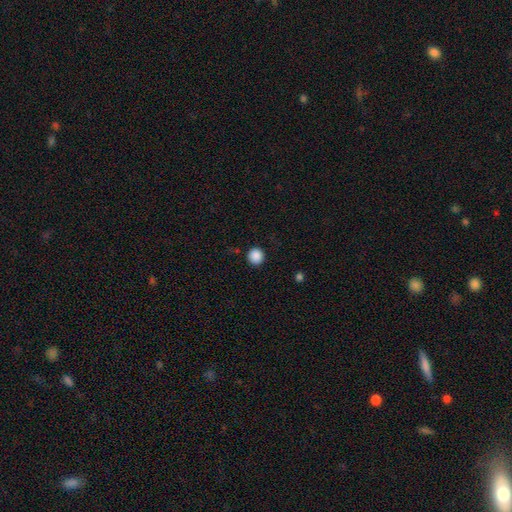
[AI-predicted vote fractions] Smooth or featured?
  - smooth: 88% *
  - star or artifact: 9%
  - featured or disk: 2%
How rounded?
  - round: 94% *
  - in between: 5%
  - cigar-shaped: 1%
Merging?
  - none: 92% *
  - minor disturbance: 5%
  - major disturbance: 2%
  - merger: 1%